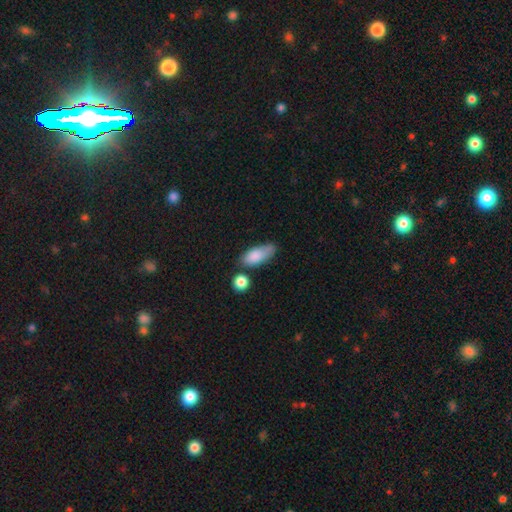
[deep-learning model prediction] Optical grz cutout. It shows a smooth galaxy with no disk features (84%) that is in between round and cigar-shaped (80%). Merging: none (55%).